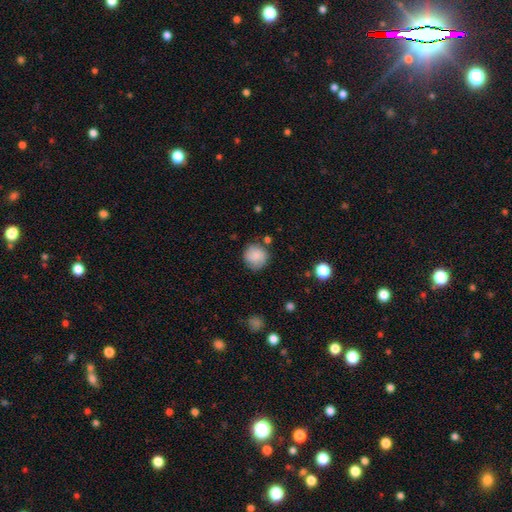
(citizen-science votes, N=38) A smooth galaxy with no disk features (92%) that is round (94%). Merging: none (81%).